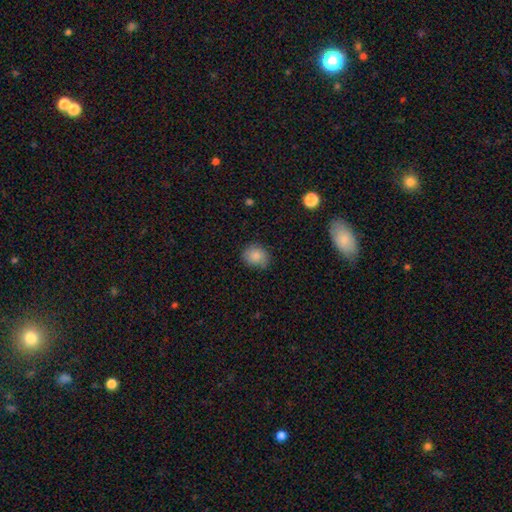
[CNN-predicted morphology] Smooth or featured? Predicted: smooth (p=0.86). How rounded? Predicted: round (p=0.71). Merging? Predicted: none (p=0.73).